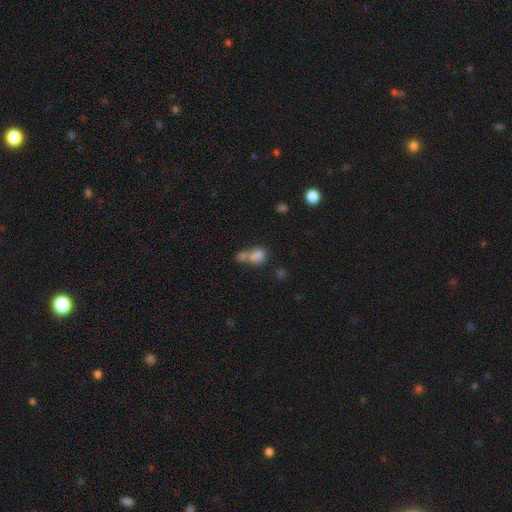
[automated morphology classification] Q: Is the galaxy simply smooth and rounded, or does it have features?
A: smooth — 78%.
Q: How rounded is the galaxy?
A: round — 53%.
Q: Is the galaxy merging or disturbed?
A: merger — 60%.